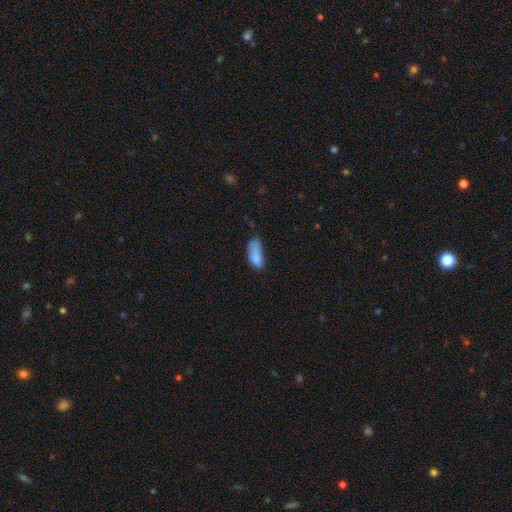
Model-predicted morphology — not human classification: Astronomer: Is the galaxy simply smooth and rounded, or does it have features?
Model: smooth — 81%.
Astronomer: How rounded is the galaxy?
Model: in between — 79%.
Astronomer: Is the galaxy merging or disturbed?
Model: minor disturbance — 40% (runner-up: none, 35%).